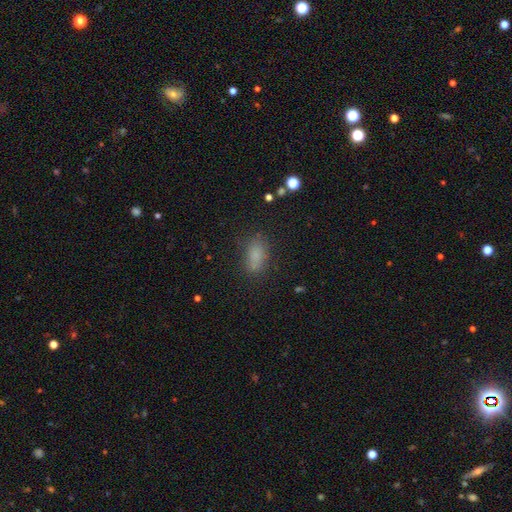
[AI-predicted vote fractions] smooth_or_featured: smooth (p=0.78) [alt: star or artifact p=0.13]
how_rounded: in between (p=0.85) [alt: cigar-shaped p=0.08]
merging: none (p=0.72) [alt: minor disturbance p=0.17]